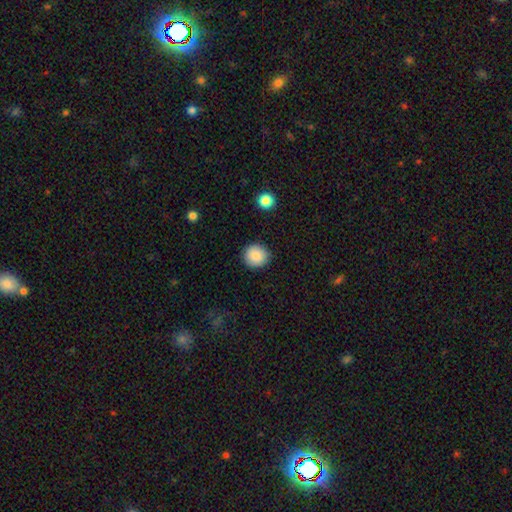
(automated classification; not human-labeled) smooth 88%, star or artifact 9%, featured or disk 4%. Down the decision tree: how rounded — round (91%); merging — none (90%).